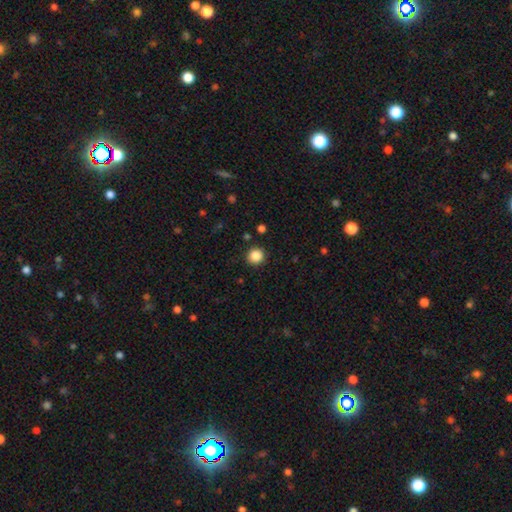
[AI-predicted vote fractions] smooth_or_featured: smooth (p=0.87) [alt: star or artifact p=0.10]
how_rounded: round (p=0.92) [alt: in between p=0.07]
merging: none (p=0.90) [alt: minor disturbance p=0.07]